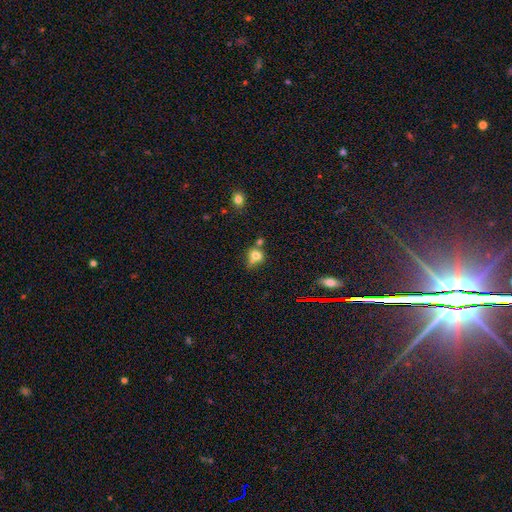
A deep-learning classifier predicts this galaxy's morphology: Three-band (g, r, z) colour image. It shows a smooth galaxy with no disk features (72%) that is round (71%). Merging: none (42%).